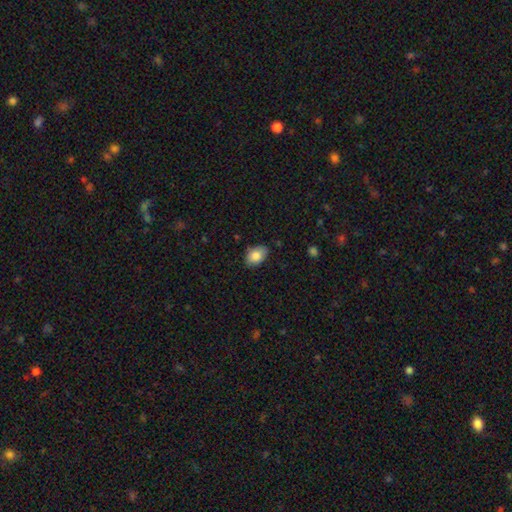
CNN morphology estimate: This appears to be a smooth galaxy with no disk features (85%) that is in between round and cigar-shaped (86%). Merging: none (78%).